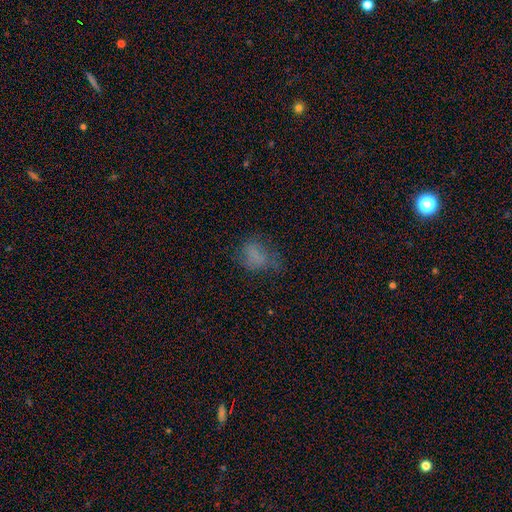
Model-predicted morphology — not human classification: smooth 64%, featured or disk 18%, star or artifact 18%. Down the decision tree: how rounded — in between (72%); merging — none (47%).